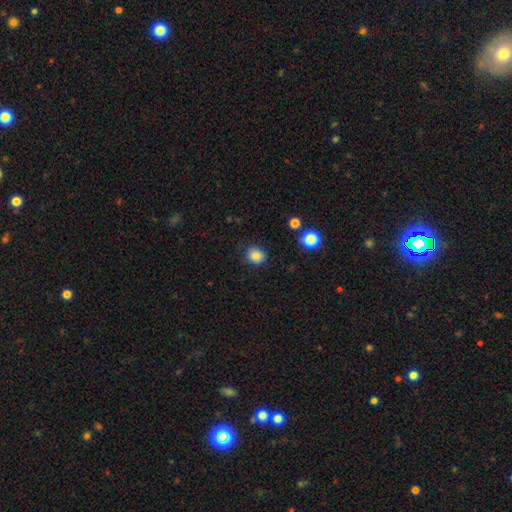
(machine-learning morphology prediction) Smooth or featured?
  - smooth: 85% *
  - star or artifact: 11%
  - featured or disk: 4%
How rounded?
  - round: 77% *
  - in between: 22%
  - cigar-shaped: 1%
Merging?
  - none: 84% *
  - minor disturbance: 12%
  - major disturbance: 3%
  - merger: 2%